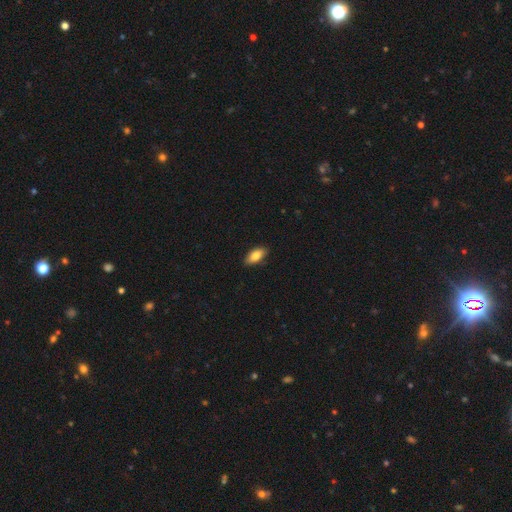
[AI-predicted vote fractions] Overall: smooth (84%). How rounded: in between (89%). Merging: none (87%).